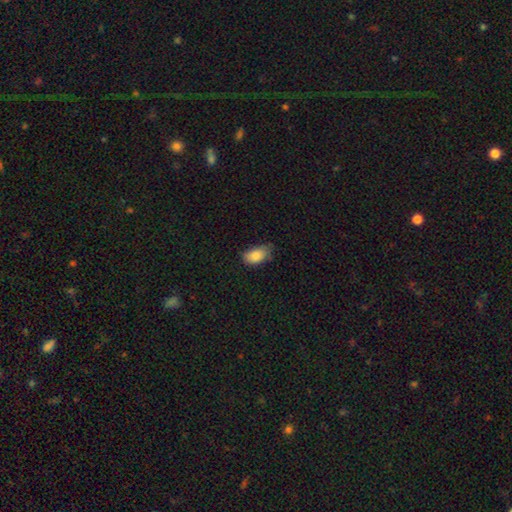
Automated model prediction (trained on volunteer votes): smooth 85%, star or artifact 7%, featured or disk 7%. Down the decision tree: how rounded — in between (92%); merging — none (56%).